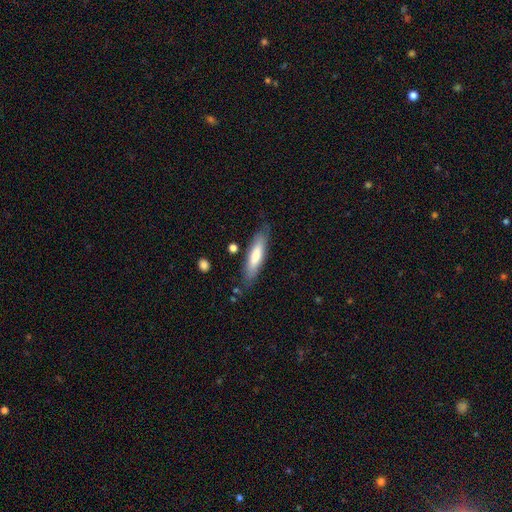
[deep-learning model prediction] Smooth or featured?
  - smooth: 71% *
  - featured or disk: 24%
  - star or artifact: 6%
How rounded?
  - cigar-shaped: 70% *
  - in between: 29%
  - round: 1%
Merging?
  - none: 79% *
  - minor disturbance: 15%
  - major disturbance: 4%
  - merger: 2%